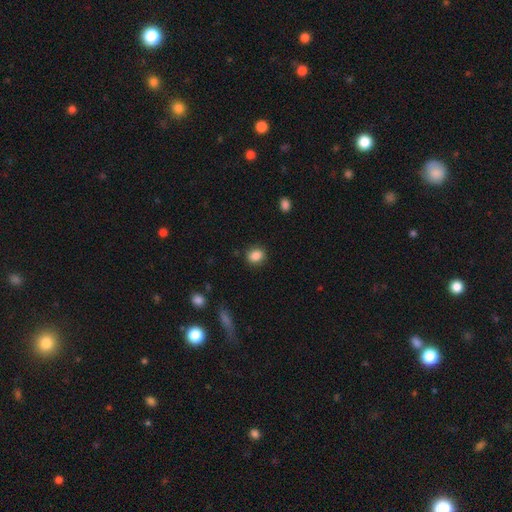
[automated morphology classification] Smooth or featured? Predicted: smooth (p=0.87). How rounded? Predicted: round (p=0.59). Merging? Predicted: none (p=0.86).